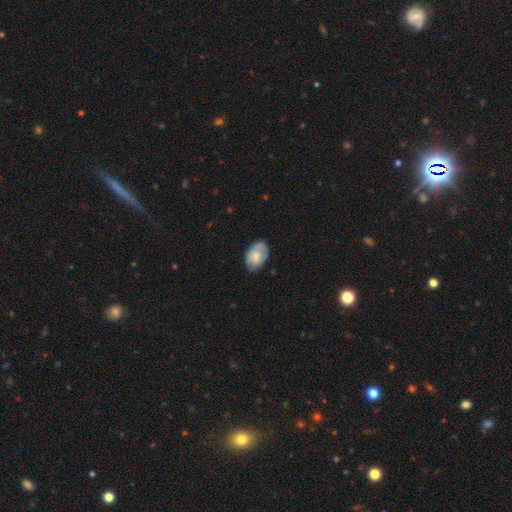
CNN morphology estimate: Overall: smooth (69%). How rounded: in between (90%). Merging: none (73%).